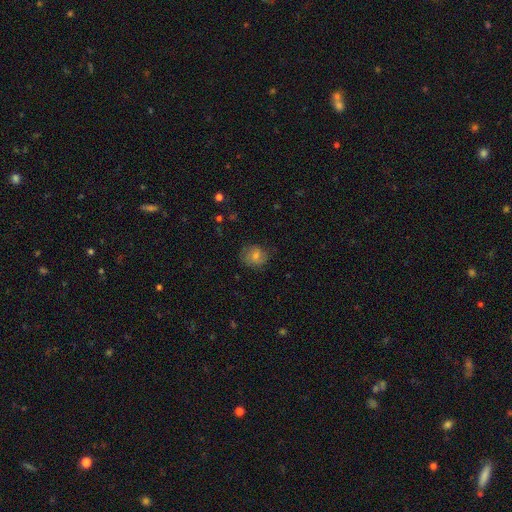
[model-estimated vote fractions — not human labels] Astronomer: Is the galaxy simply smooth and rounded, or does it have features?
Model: smooth — 58%.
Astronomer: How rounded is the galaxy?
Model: round — 76%.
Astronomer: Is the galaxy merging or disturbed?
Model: none — 75%.